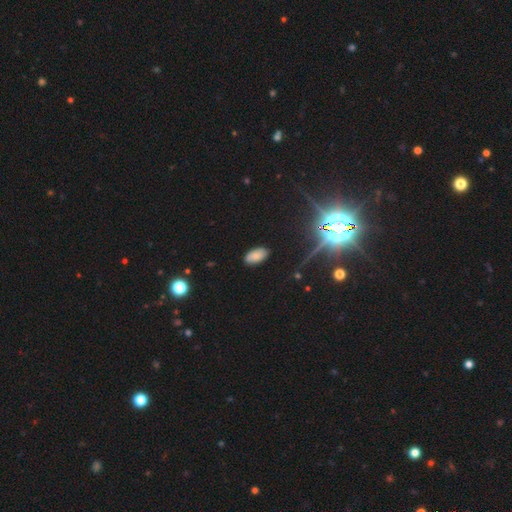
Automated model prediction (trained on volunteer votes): smooth 80%, star or artifact 13%, featured or disk 7%. Down the decision tree: how rounded — in between (95%); merging — none (86%).